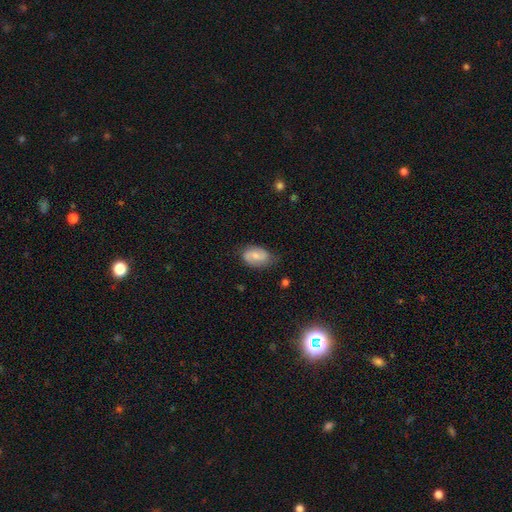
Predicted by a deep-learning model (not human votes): A featured or disk galaxy (48%). Merging: none (70%).